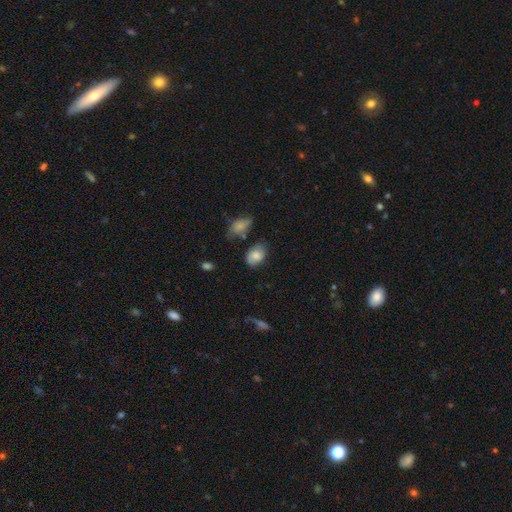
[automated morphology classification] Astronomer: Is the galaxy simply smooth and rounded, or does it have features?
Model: smooth — 78%.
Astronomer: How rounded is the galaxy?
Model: in between — 82%.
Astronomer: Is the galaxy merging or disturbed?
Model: none — 62%.